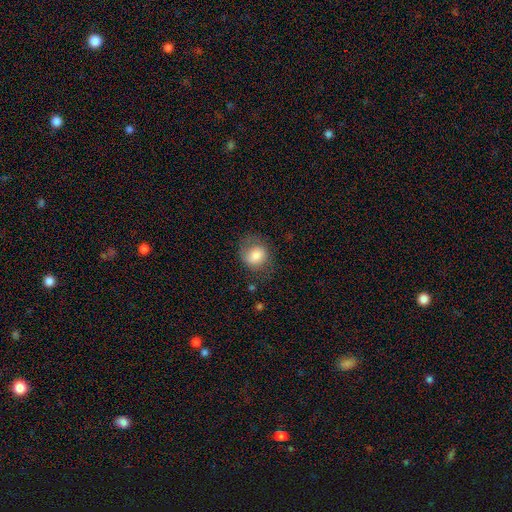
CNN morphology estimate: Smooth or featured? Predicted: smooth (p=0.75). How rounded? Predicted: round (p=0.60). Merging? Predicted: none (p=0.59).